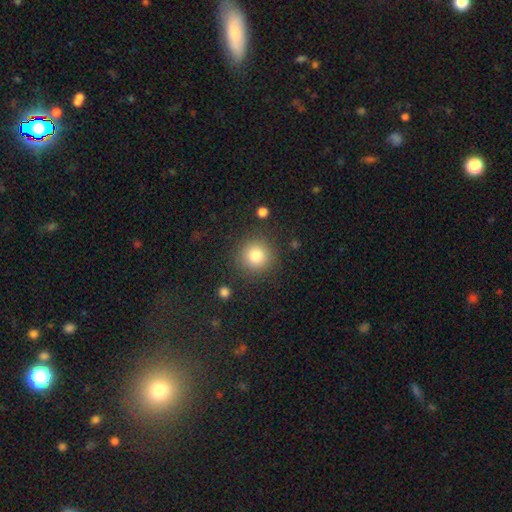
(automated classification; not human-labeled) smooth_or_featured: smooth (p=0.82) [alt: star or artifact p=0.11]
how_rounded: round (p=0.93) [alt: in between p=0.06]
merging: none (p=0.87) [alt: minor disturbance p=0.08]